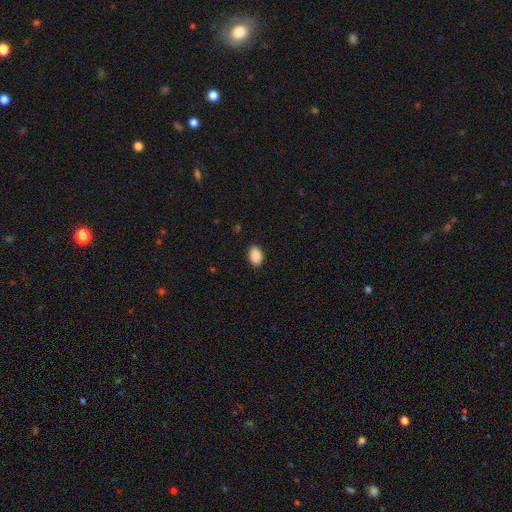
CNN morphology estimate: The model was most divided on "how rounded": in between: 88%, round: 11%, cigar-shaped: 1%. More confident: smooth or featured — smooth (89%); merging — none (88%).